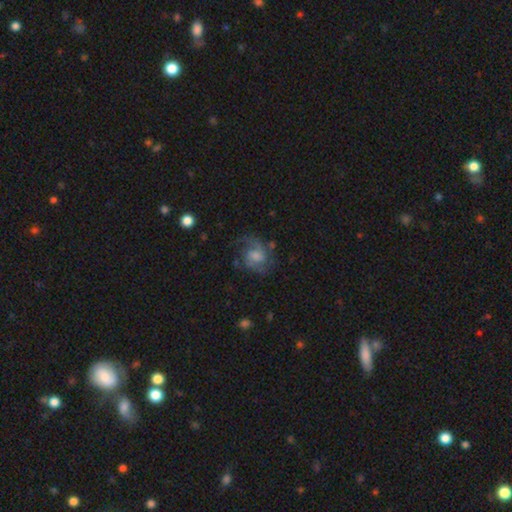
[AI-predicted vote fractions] smooth_or_featured: featured or disk (p=0.75) [alt: smooth p=0.16]
disk_edge_on: no (p=0.98) [alt: yes p=0.02]
bar: no (p=0.49) [alt: weak p=0.44]
has_spiral_arms: yes (p=0.94) [alt: no p=0.06]
spiral_winding: medium (p=0.51) [alt: loose p=0.25]
spiral_arm_count: 2 (p=0.67) [alt: can't tell p=0.12]
bulge_size: moderate (p=0.42) [alt: small p=0.35]
merging: none (p=0.64) [alt: minor disturbance p=0.19]